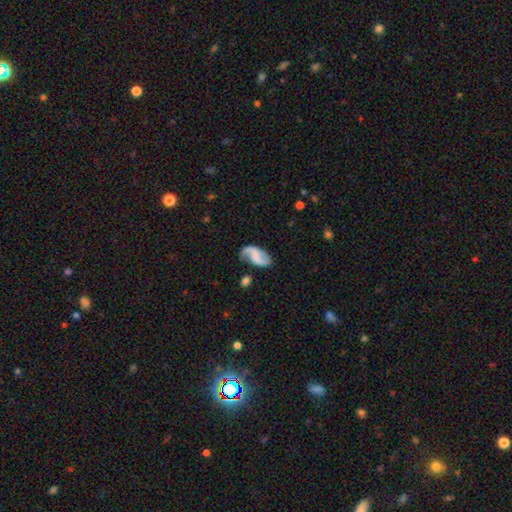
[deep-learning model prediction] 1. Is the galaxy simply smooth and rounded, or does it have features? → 77% featured or disk, 17% smooth, 6% star or artifact.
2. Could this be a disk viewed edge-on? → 97% no, 3% yes.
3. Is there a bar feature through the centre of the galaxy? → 40% weak (tied), 40% no (tied), 20% strong.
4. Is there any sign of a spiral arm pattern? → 93% yes, 7% no.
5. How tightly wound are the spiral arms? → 63% loose, 29% medium, 9% tight.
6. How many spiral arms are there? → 85% 2, 9% 1, 3% can't tell, 1% 3, 1% 4, 1% more than 4.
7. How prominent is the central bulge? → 59% none, 24% small, 12% moderate, 3% large, 1% dominant.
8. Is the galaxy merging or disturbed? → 61% none, 23% minor disturbance, 12% major disturbance, 4% merger.